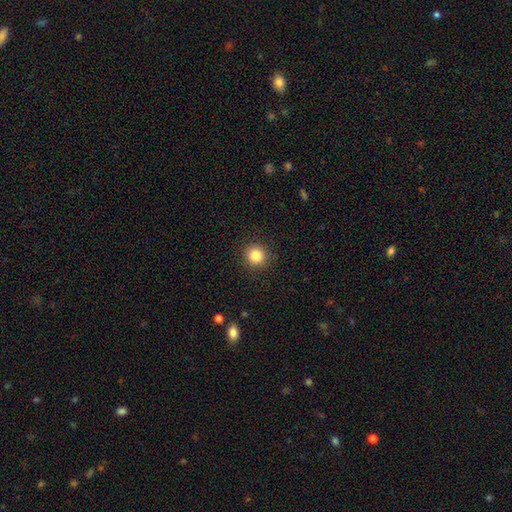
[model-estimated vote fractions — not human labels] Smooth or featured? smooth (84%)
How rounded? round (93%)
Merging? none (92%)